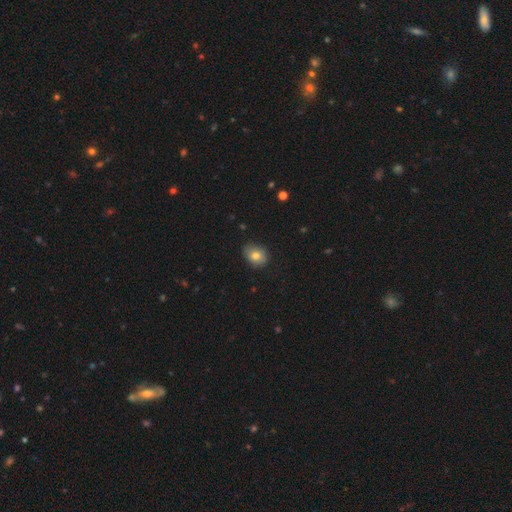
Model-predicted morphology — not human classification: smooth_or_featured: smooth (p=0.79) [alt: featured or disk p=0.11]
how_rounded: in between (p=0.55) [alt: round p=0.44]
merging: none (p=0.82) [alt: minor disturbance p=0.14]